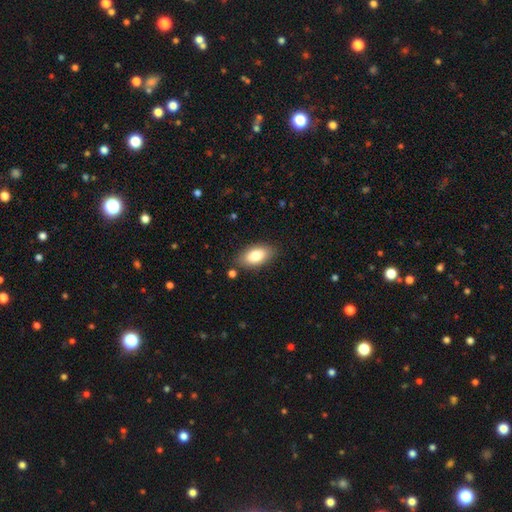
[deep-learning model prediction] smooth-or-featured: smooth: 81% | featured or disk: 12% | star or artifact: 7%
  how-rounded: in between: 92% | cigar-shaped: 4% | round: 4%
  merging: none: 83% | minor disturbance: 12% | major disturbance: 3% | merger: 2%